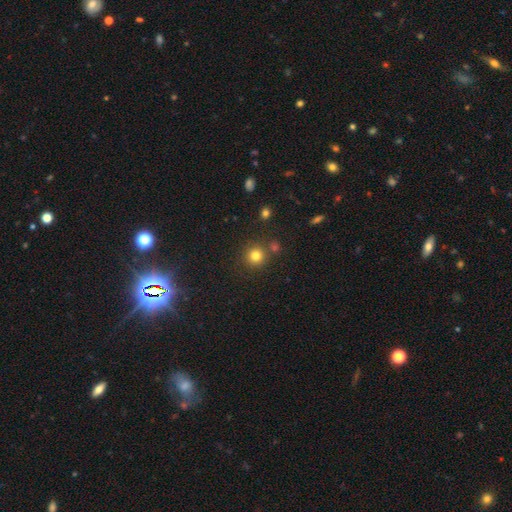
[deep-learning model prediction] smooth 80%, star or artifact 14%, featured or disk 6%. Down the decision tree: how rounded — round (93%); merging — none (81%).